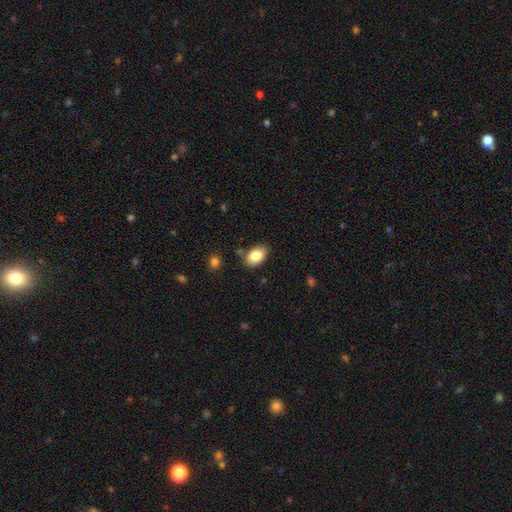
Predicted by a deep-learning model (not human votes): smooth 84%, featured or disk 9%, star or artifact 7%. Down the decision tree: how rounded — in between (89%); merging — none (80%).